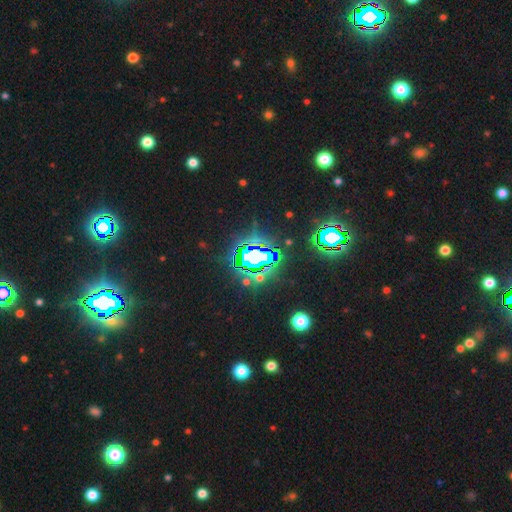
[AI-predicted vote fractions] The model was most divided on "smooth or featured": star or artifact: 85%, smooth: 9%, featured or disk: 7%.